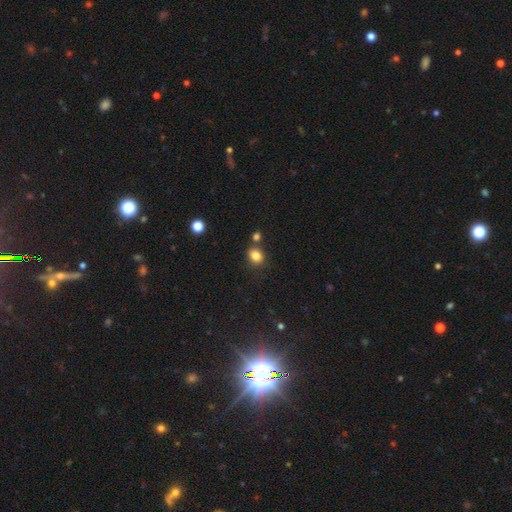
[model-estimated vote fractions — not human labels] smooth-or-featured: smooth: 83% | star or artifact: 11% | featured or disk: 6%
  how-rounded: round: 56% | in between: 43% | cigar-shaped: 1%
  merging: none: 72% | merger: 13% | minor disturbance: 12% | major disturbance: 3%